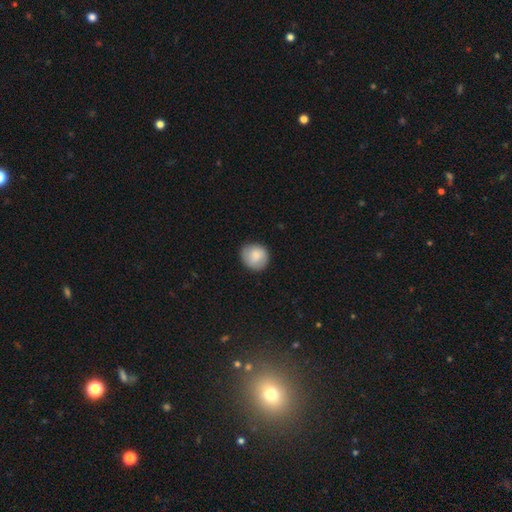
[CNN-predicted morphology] This appears to be a smooth galaxy with no disk features (82%) that is round (87%). Merging: none (84%).